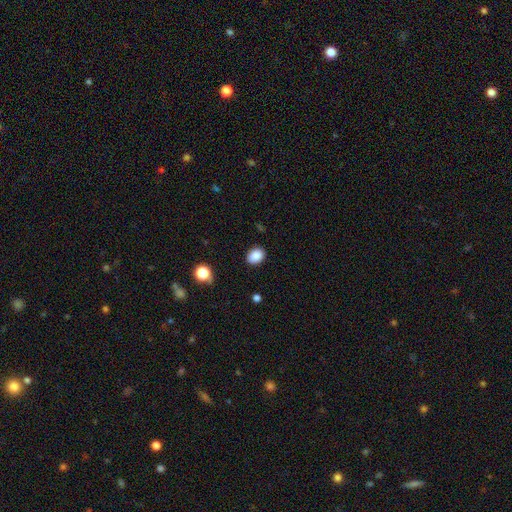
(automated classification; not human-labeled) Overall: smooth (87%). How rounded: in between (62%; round 37%). Merging: none (86%).